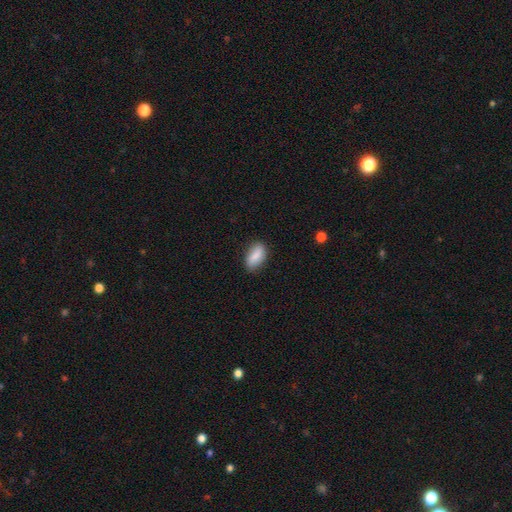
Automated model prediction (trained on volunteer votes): This appears to be a smooth galaxy with no disk features (81%) that is in between round and cigar-shaped (87%). Merging: none (77%).